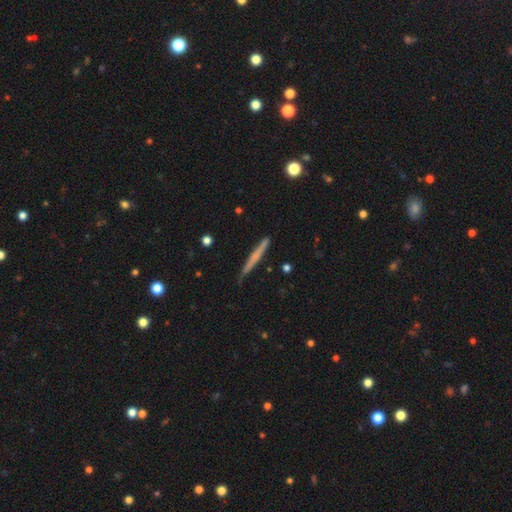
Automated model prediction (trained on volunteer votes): smooth-or-featured: smooth: 54% | featured or disk: 40% | star or artifact: 6%
  how-rounded: cigar-shaped: 96% | in between: 2% | round: 2%
  merging: none: 85% | minor disturbance: 12% | major disturbance: 2% | merger: 2%